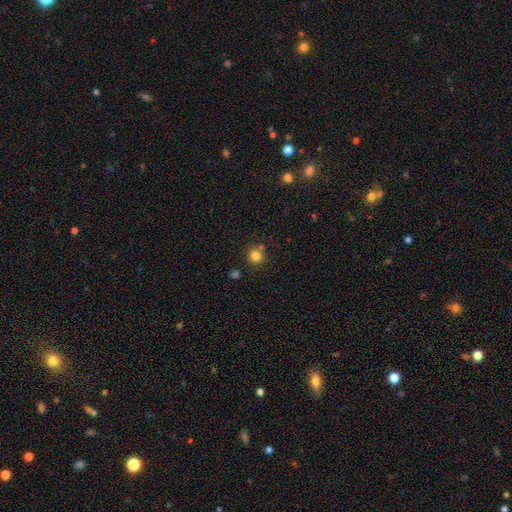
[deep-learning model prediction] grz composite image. It shows a smooth galaxy with no disk features (81%) that is round (91%). Merging: none (77%).